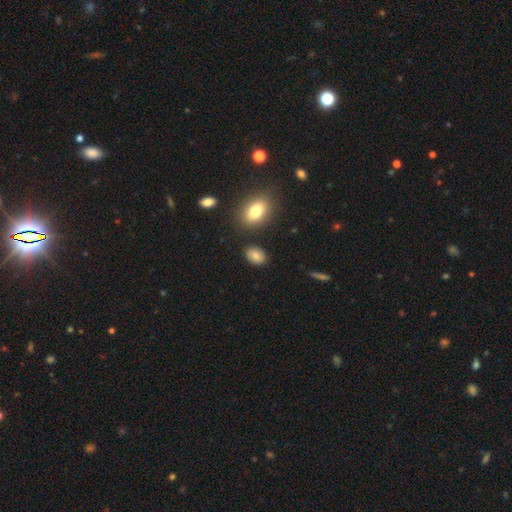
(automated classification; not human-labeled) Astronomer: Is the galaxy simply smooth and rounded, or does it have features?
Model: smooth — 81%.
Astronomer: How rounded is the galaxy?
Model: in between — 77%.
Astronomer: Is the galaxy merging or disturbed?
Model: none — 84%.